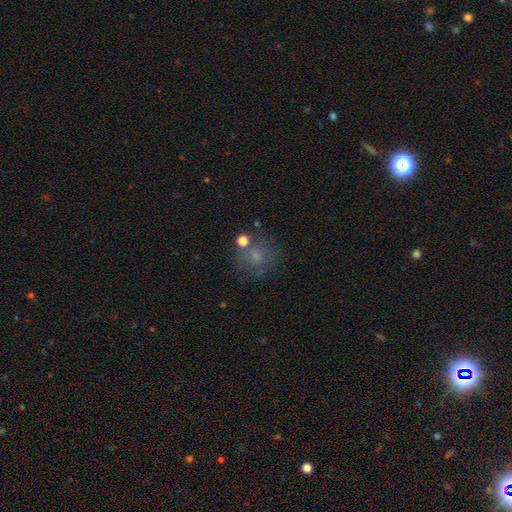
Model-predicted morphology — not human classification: Smooth or featured? Predicted: smooth (p=0.60). How rounded? Predicted: round (p=0.84). Merging? Predicted: none (p=0.65).